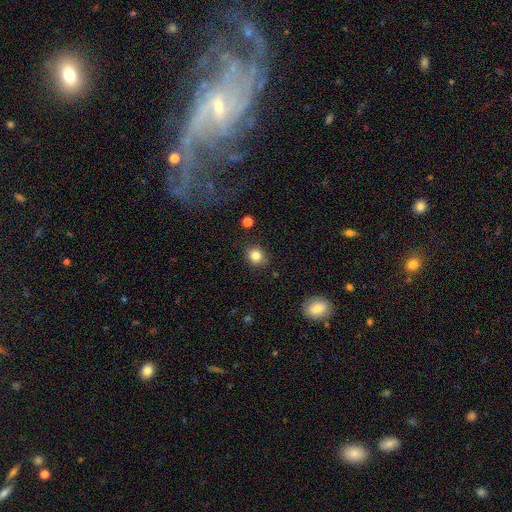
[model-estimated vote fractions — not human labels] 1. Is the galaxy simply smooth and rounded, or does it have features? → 84% smooth, 11% star or artifact, 6% featured or disk.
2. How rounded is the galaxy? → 81% round, 18% in between, 1% cigar-shaped.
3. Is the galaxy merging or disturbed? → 86% none, 9% minor disturbance, 3% major disturbance, 2% merger.